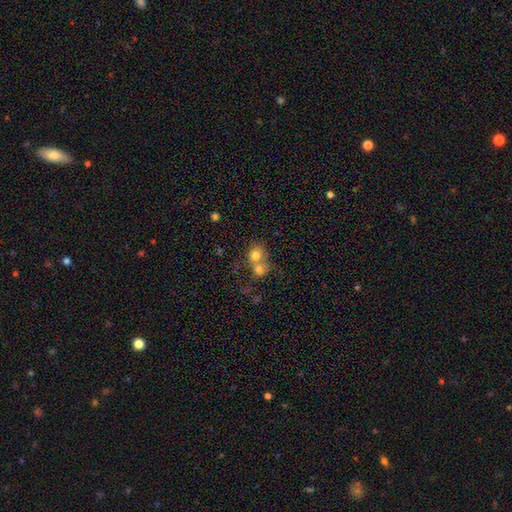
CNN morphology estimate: smooth 75%, featured or disk 14%, star or artifact 11%. Down the decision tree: how rounded — round (77%); merging — merger (65%).